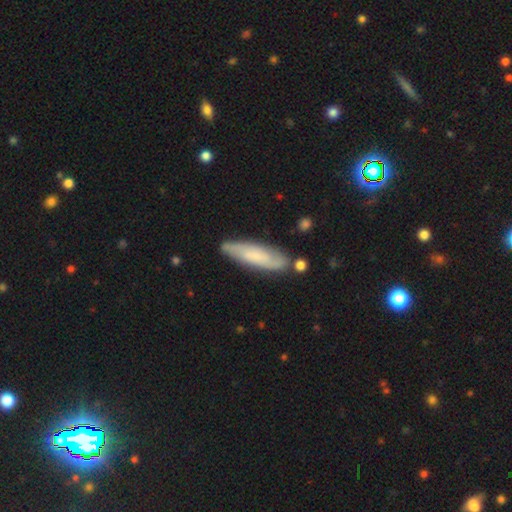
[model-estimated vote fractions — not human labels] The model was most divided on "smooth or featured": smooth: 51%, featured or disk: 43%, star or artifact: 7%. More confident: merging — none (79%); how rounded — cigar-shaped (64%).